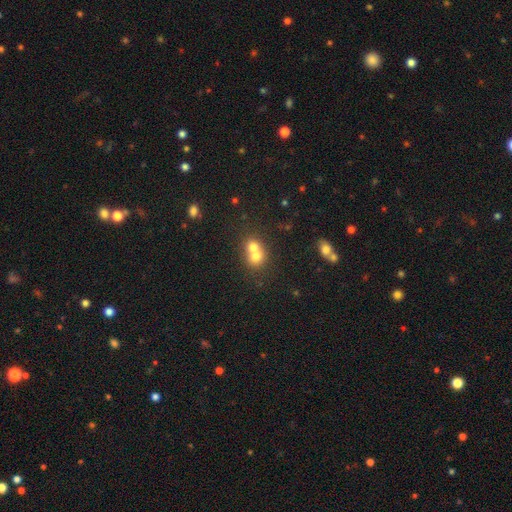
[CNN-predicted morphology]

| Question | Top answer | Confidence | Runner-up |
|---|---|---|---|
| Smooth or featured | smooth | 69% | featured or disk (20%) |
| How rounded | round | 69% | in between (30%) |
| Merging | merger | 71% | none (22%) |